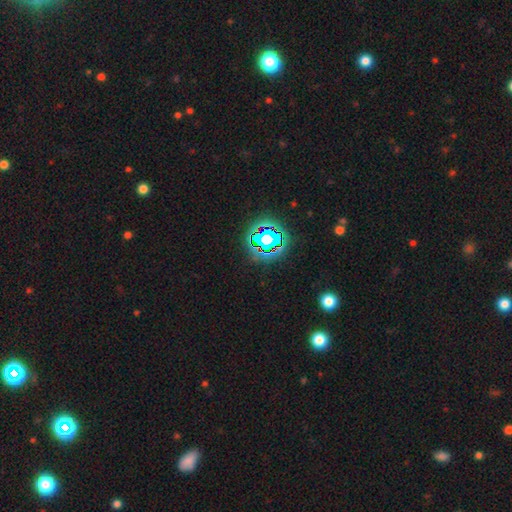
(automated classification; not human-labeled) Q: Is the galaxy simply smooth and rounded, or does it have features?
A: star or artifact — 79%.